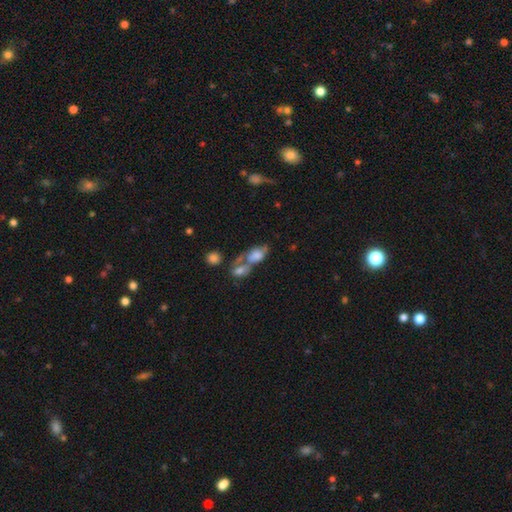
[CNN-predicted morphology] Smooth or featured? smooth (63%)
How rounded? in between (83%)
Merging? merger (58%)